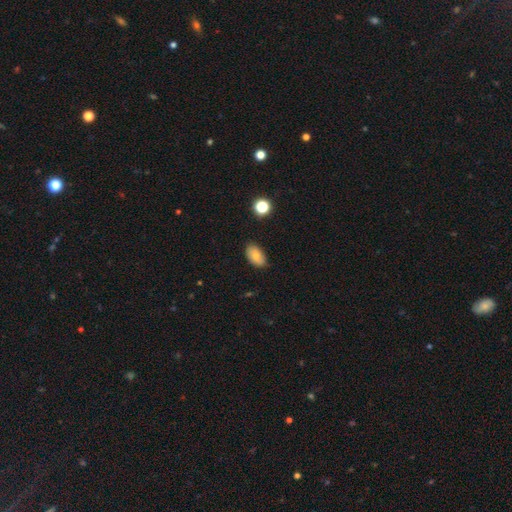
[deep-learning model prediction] Smooth or featured? Predicted: smooth (p=0.78). How rounded? Predicted: in between (p=0.92). Merging? Predicted: none (p=0.83).